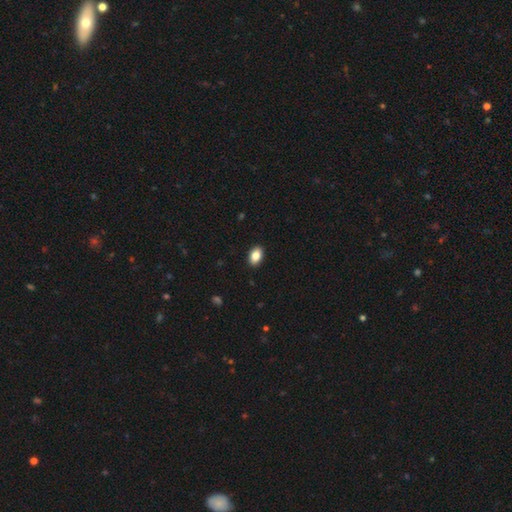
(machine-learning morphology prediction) A smooth galaxy with no disk features (84%) that is in between round and cigar-shaped (88%). Merging: none (90%).